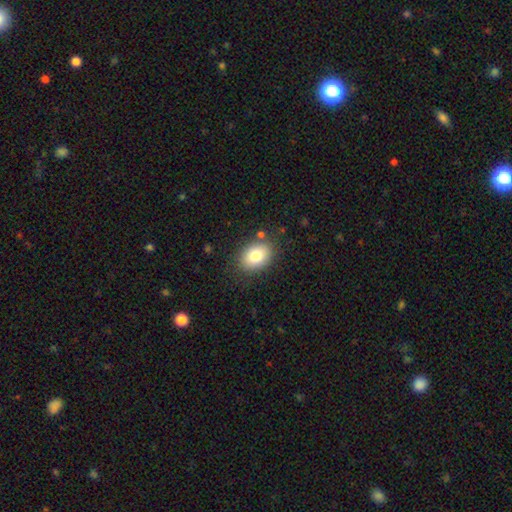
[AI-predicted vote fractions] Smooth or featured: smooth — 81% (featured or disk — 11%)
How rounded: in between — 76% (round — 23%)
Merging: none — 82% (minor disturbance — 12%)